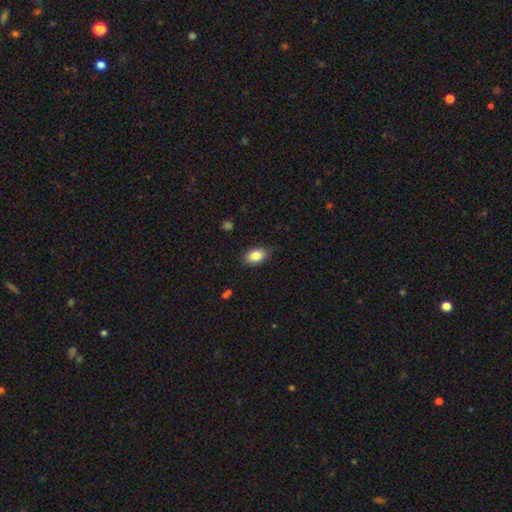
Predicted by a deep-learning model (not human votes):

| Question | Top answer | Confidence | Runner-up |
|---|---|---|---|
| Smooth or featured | smooth | 85% | star or artifact (8%) |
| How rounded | in between | 85% | round (14%) |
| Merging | none | 82% | minor disturbance (14%) |